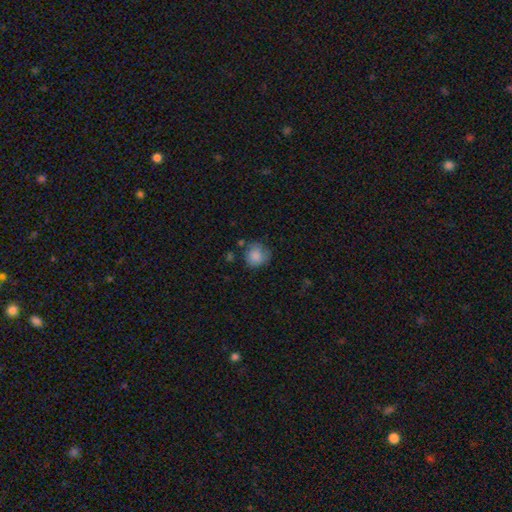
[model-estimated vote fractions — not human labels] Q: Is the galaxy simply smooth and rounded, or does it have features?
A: smooth — 84%.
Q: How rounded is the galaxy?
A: round — 84%.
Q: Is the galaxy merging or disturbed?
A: none — 63%.